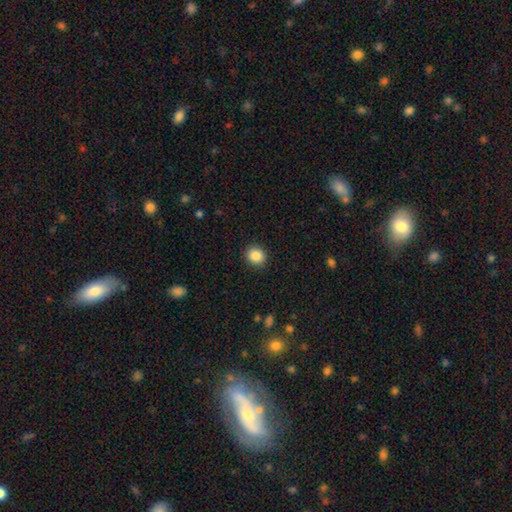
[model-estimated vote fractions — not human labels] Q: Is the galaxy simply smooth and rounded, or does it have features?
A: smooth — 87%.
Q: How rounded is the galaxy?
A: round — 83%.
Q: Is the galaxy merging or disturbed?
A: none — 91%.